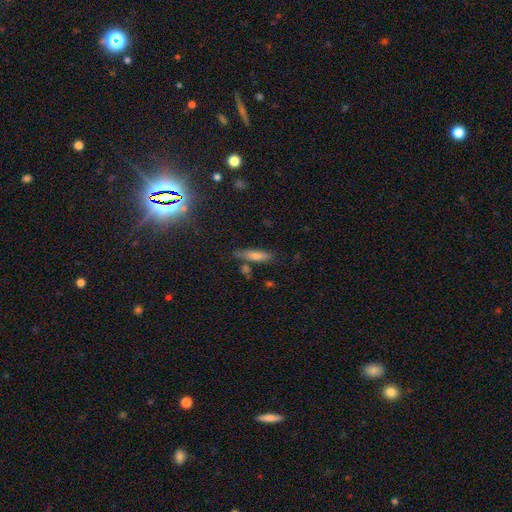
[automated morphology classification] Q: Smooth or featured?
A: smooth (62%); runner-up: featured or disk (22%)
Q: How rounded?
A: cigar-shaped (72%); runner-up: in between (25%)
Q: Merging?
A: none (71%); runner-up: minor disturbance (16%)